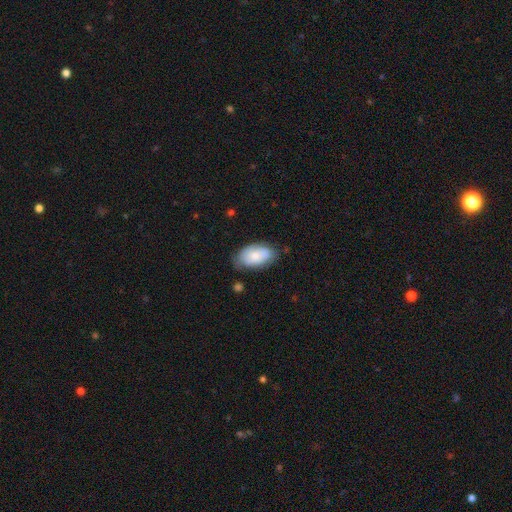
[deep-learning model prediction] A smooth galaxy with no disk features (71%) that is in between round and cigar-shaped (94%). Merging: none (65%).